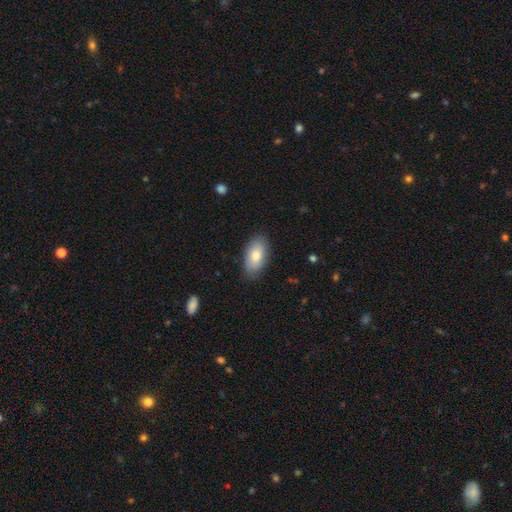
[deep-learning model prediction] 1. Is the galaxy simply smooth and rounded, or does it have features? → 77% smooth, 17% featured or disk, 6% star or artifact.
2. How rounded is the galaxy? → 93% in between, 4% round, 3% cigar-shaped.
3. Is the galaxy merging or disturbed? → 83% none, 13% minor disturbance, 3% major disturbance, 1% merger.